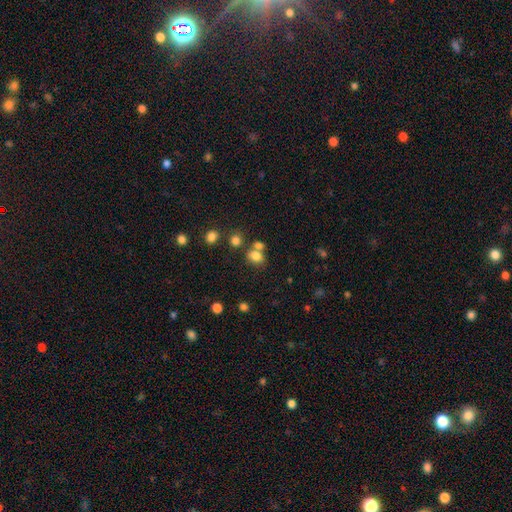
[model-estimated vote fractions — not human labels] Smooth or featured: smooth — 78% (star or artifact — 14%)
How rounded: in between — 53% (round — 46%)
Merging: none — 52% (merger — 31%)